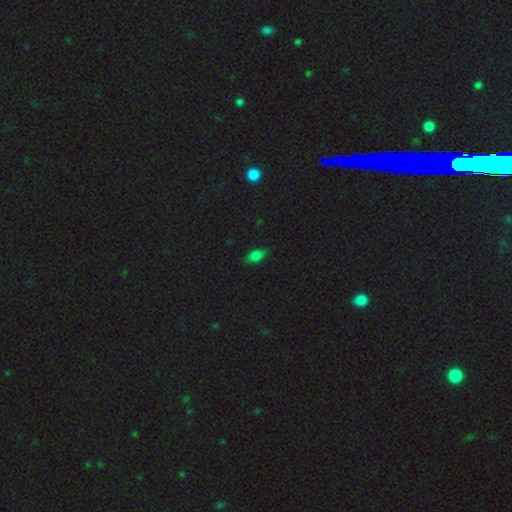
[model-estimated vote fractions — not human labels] smooth 68%, star or artifact 19%, featured or disk 13%. Down the decision tree: how rounded — in between (83%); merging — none (82%).